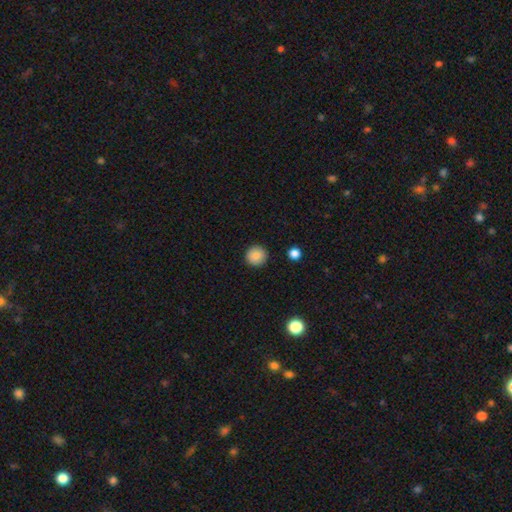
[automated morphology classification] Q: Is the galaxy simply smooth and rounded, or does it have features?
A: smooth — 87%.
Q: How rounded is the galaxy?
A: round — 95%.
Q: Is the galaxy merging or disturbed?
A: none — 92%.